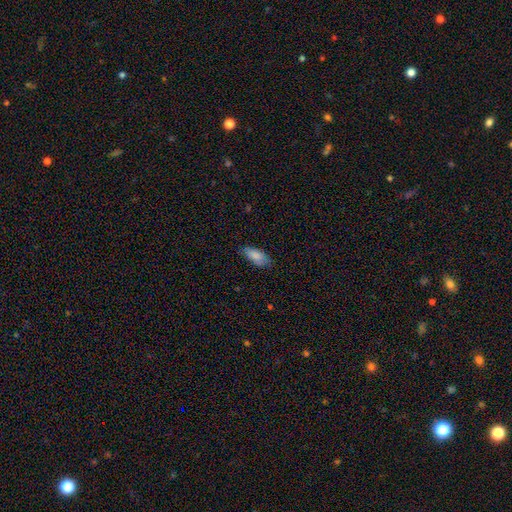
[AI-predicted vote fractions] A smooth galaxy with no disk features (84%) that is in between round and cigar-shaped (86%). Merging: none (73%).